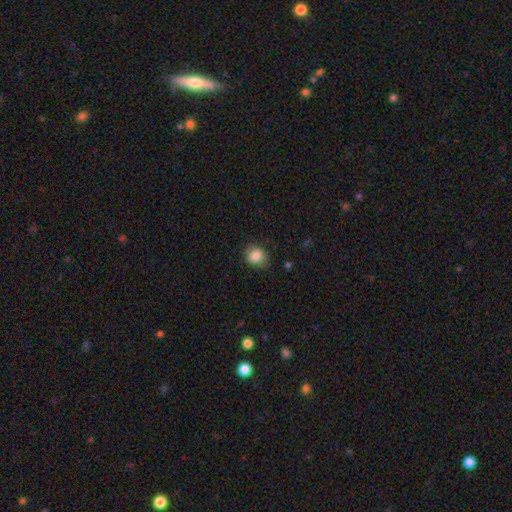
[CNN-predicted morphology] Smooth or featured?
  - smooth: 83% *
  - star or artifact: 9%
  - featured or disk: 8%
How rounded?
  - round: 59% *
  - in between: 40%
  - cigar-shaped: 1%
Merging?
  - none: 72% *
  - minor disturbance: 21%
  - major disturbance: 5%
  - merger: 1%